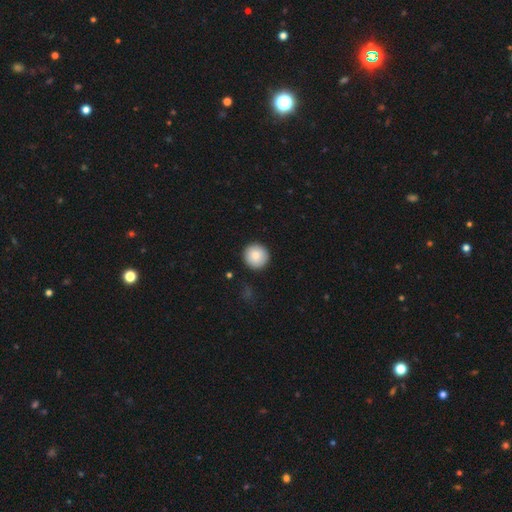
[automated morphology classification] type=smooth (84%); roundness=round (95%); merging=none (91%).